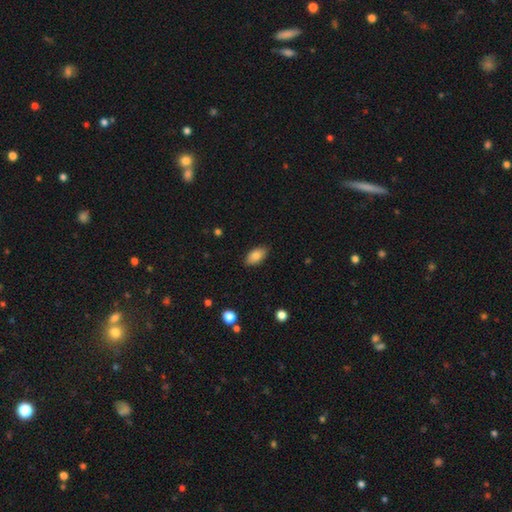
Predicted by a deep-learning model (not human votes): Smooth or featured: smooth — 82% (featured or disk — 11%)
How rounded: in between — 93% (round — 4%)
Merging: none — 86% (minor disturbance — 11%)